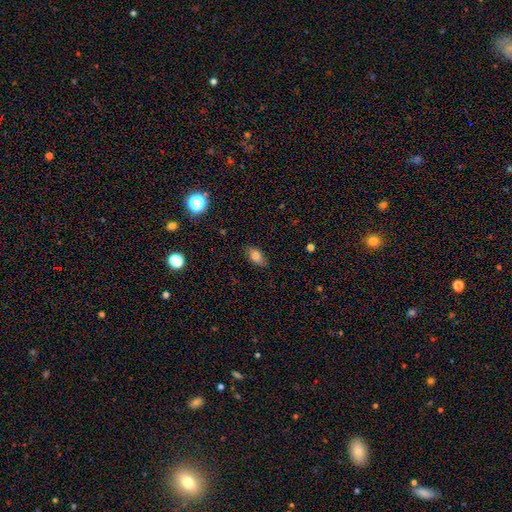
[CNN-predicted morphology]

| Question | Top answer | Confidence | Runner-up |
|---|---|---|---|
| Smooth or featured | smooth | 80% | star or artifact (11%) |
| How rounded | in between | 88% | round (9%) |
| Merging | none | 80% | minor disturbance (16%) |